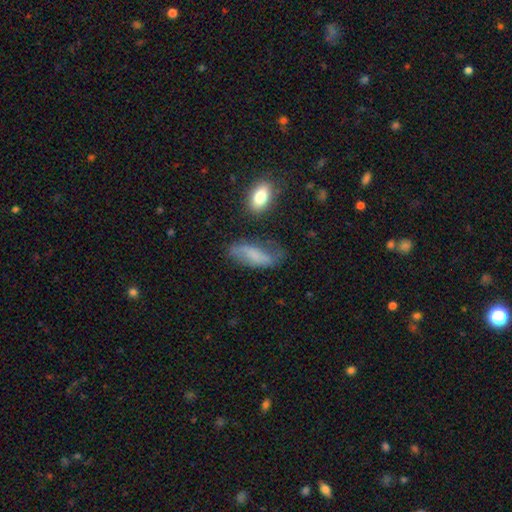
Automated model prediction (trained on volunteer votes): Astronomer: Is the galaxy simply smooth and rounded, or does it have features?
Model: smooth — 54% (runner-up: featured or disk, 37%).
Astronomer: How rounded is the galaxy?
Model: in between — 69%.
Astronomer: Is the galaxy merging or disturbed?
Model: none — 55%.